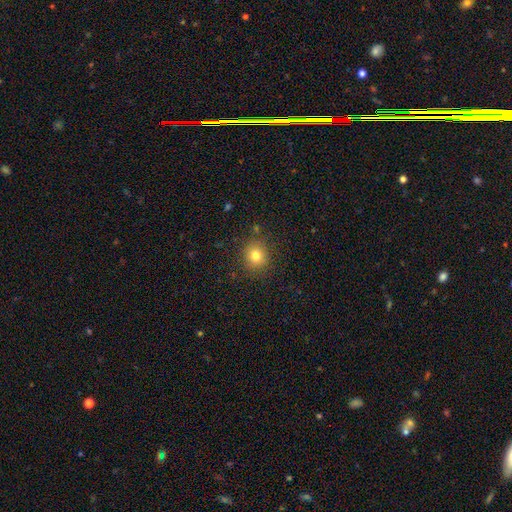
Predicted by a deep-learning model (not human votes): smooth 78%, star or artifact 14%, featured or disk 8%. Down the decision tree: how rounded — round (87%); merging — none (87%).